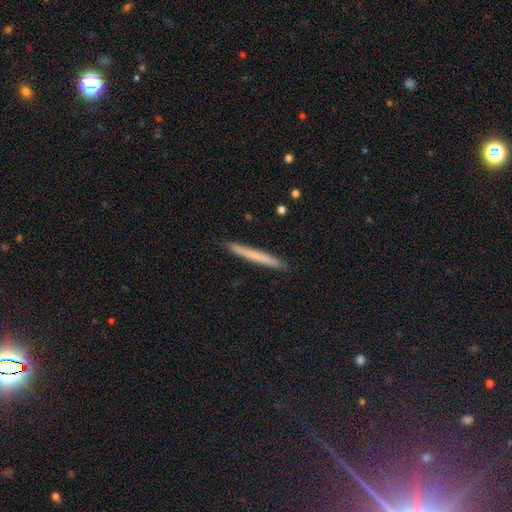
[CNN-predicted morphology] The model was most divided on "smooth or featured": smooth: 65%, featured or disk: 29%, star or artifact: 6%. More confident: how rounded — cigar-shaped (97%); merging — none (92%).